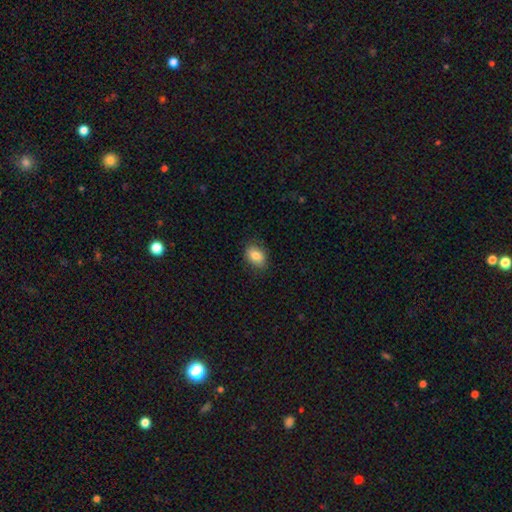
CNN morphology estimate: This appears to be a smooth galaxy with no disk features (82%) that is in between round and cigar-shaped (80%). Merging: none (84%).